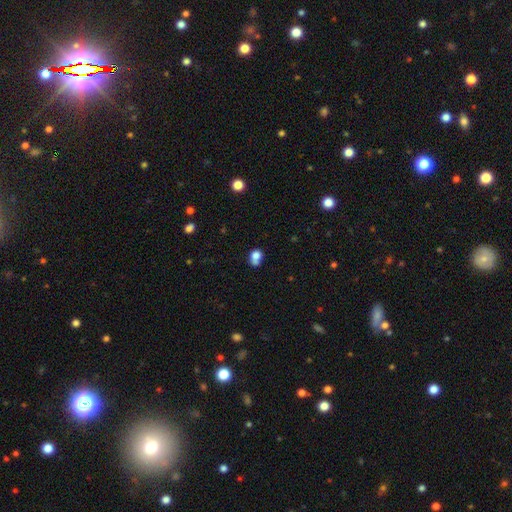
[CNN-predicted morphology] A smooth galaxy with no disk features (77%) that is round (60%).

Vote fractions:
- Smooth or featured? smooth: 77% / featured or disk: 12% / star or artifact: 11%
- How rounded? round: 60% / in between: 39% / cigar-shaped: 1%
- Merging? none: 38% / merger: 33% / minor disturbance: 19% / major disturbance: 10%